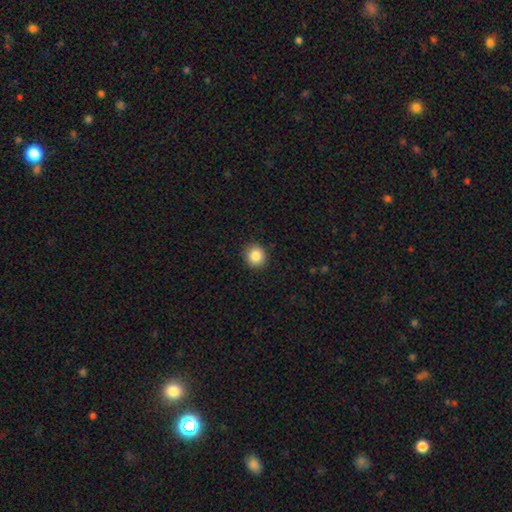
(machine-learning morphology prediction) Smooth or featured? Predicted: smooth (p=0.85). How rounded? Predicted: round (p=0.90). Merging? Predicted: none (p=0.91).